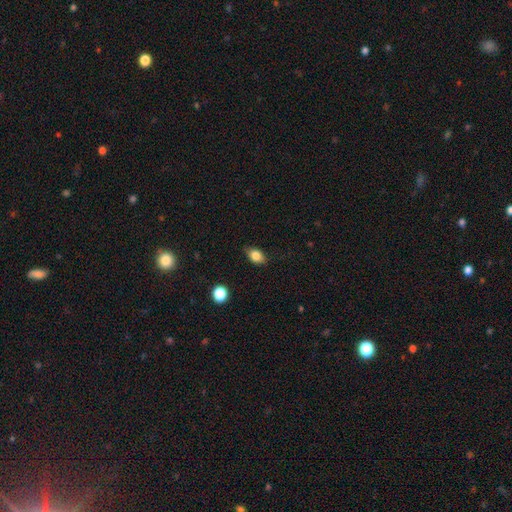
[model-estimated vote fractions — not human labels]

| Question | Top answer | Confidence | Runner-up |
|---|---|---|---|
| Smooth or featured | smooth | 83% | star or artifact (9%) |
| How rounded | in between | 82% | round (15%) |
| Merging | none | 82% | minor disturbance (14%) |